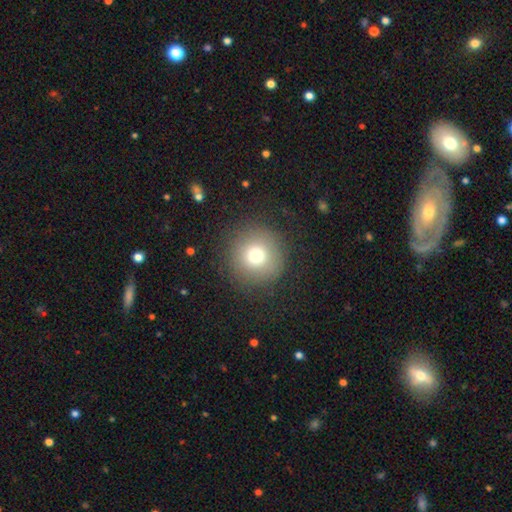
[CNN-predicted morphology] Smooth or featured: smooth — 73% (star or artifact — 15%)
How rounded: round — 96% (in between — 3%)
Merging: none — 87% (minor disturbance — 8%)